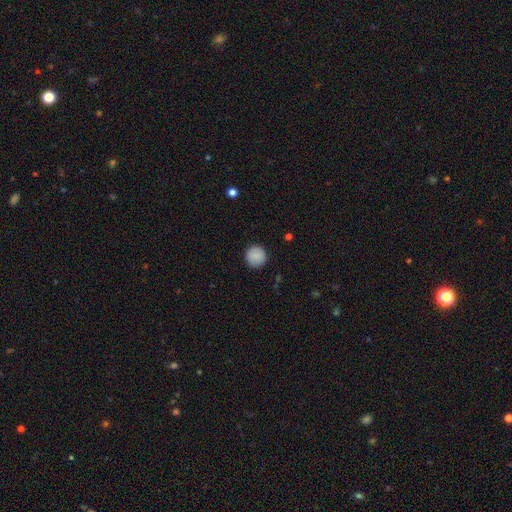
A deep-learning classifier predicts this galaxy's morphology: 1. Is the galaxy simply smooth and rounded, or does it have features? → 86% smooth, 7% star or artifact, 7% featured or disk.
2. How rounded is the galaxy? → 95% round, 4% in between, 1% cigar-shaped.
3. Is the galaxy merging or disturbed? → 91% none, 6% minor disturbance, 2% major disturbance, 1% merger.